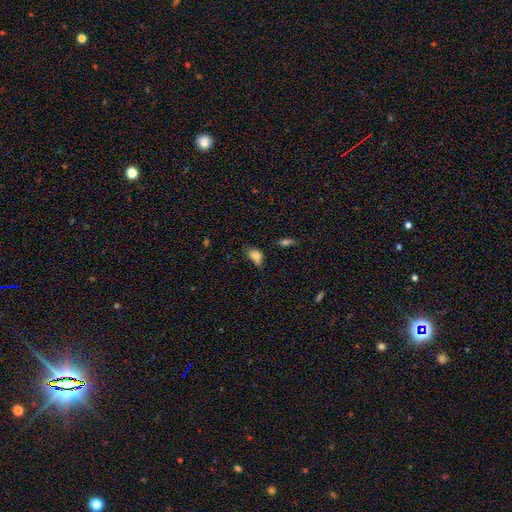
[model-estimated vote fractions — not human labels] A smooth galaxy with no disk features (78%) that is in between round and cigar-shaped (71%).

Vote fractions:
- Smooth or featured? smooth: 78% / star or artifact: 11% / featured or disk: 11%
- How rounded? in between: 71% / round: 26% / cigar-shaped: 3%
- Merging? none: 38% / minor disturbance: 36% / major disturbance: 15% / merger: 11%